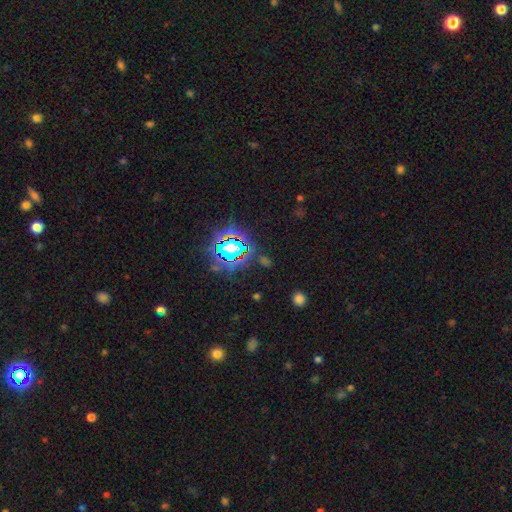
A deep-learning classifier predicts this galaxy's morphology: This appears to be a star or artifact, not a galaxy (78%).